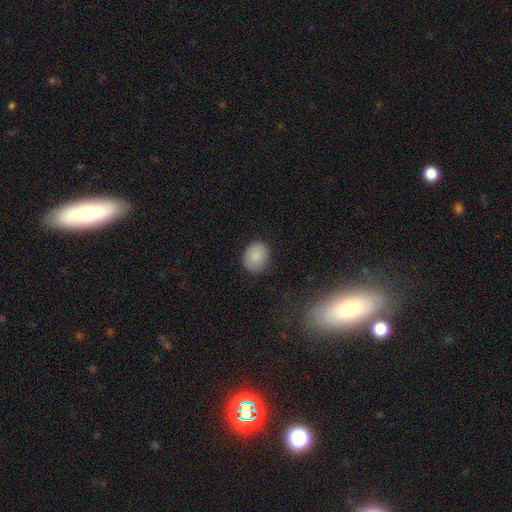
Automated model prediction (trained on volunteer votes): Smooth or featured? Predicted: smooth (p=0.87). How rounded? Predicted: round (p=0.57). Merging? Predicted: none (p=0.86).